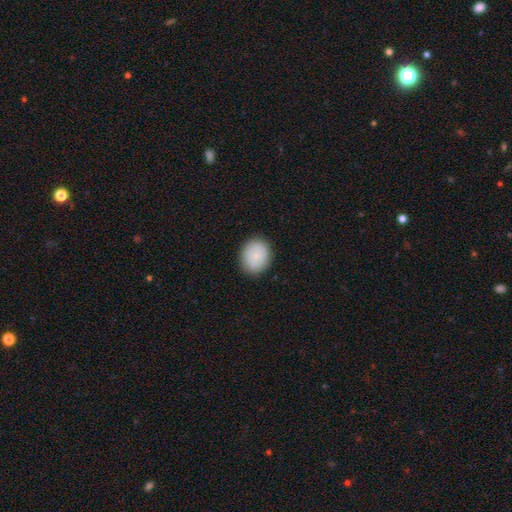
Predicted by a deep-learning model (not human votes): This appears to be a smooth galaxy with no disk features (81%) that is round (60%). Merging: none (87%).